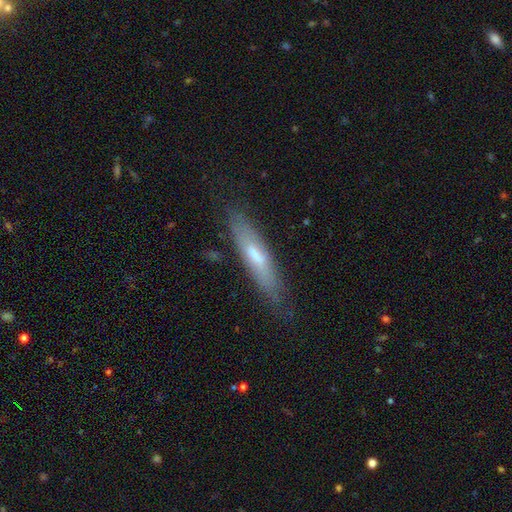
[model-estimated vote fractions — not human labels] Smooth or featured? smooth (51%)
How rounded? cigar-shaped (81%)
Merging? none (76%)